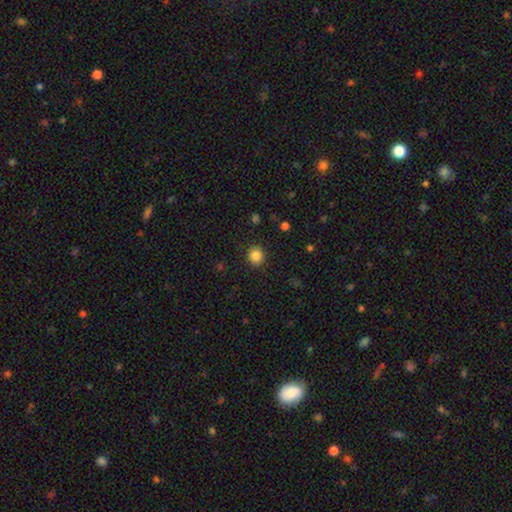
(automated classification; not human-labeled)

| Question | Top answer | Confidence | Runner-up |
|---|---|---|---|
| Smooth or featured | smooth | 85% | star or artifact (11%) |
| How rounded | round | 88% | in between (11%) |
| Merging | none | 90% | minor disturbance (7%) |